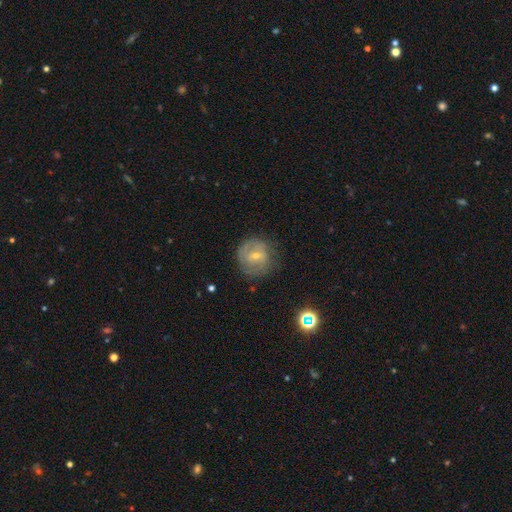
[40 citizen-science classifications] featured or disk 72%, smooth 18%, star or artifact 10%. Down the decision tree: edge-on disk — no (97%); bar — no (54%); spiral arms — yes (86%); spiral arm count — can't tell (67%); spiral winding — tight (79%); bulge size — small (57%); merging — none (92%).